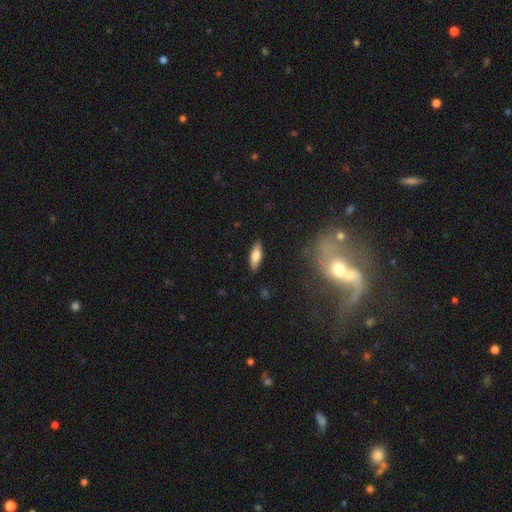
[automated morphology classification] type=smooth (74%); roundness=in between (64%); merging=none (87%).